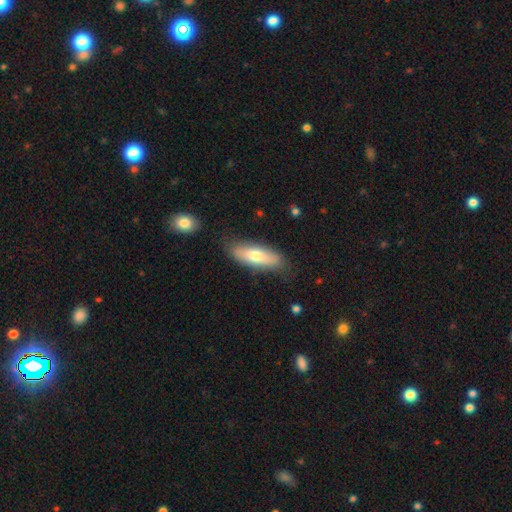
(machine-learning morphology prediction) smooth-or-featured: smooth: 67% | featured or disk: 27% | star or artifact: 6%
  how-rounded: in between: 59% | cigar-shaped: 39% | round: 2%
  merging: none: 80% | minor disturbance: 15% | major disturbance: 3% | merger: 3%